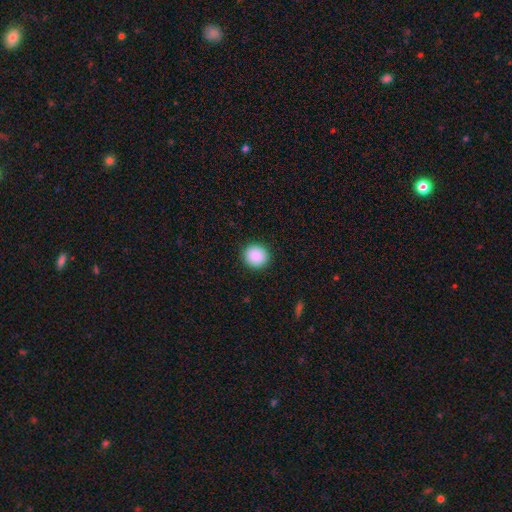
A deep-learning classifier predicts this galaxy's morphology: Smooth or featured? Predicted: smooth (p=0.90). How rounded? Predicted: round (p=0.89). Merging? Predicted: none (p=0.92).